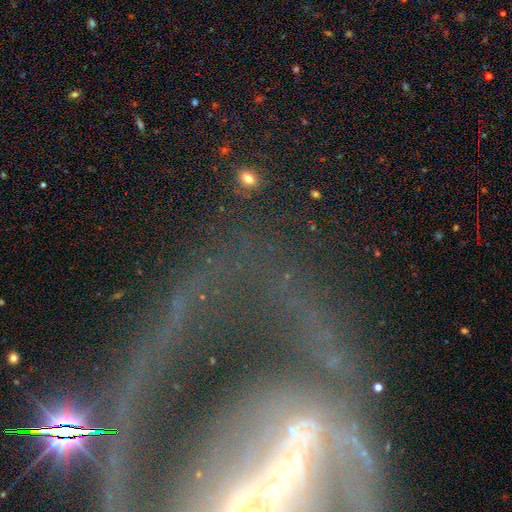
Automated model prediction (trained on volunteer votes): featured or disk 71%, star or artifact 17%, smooth 12%. Down the decision tree: edge-on disk — no (81%); bar — strong (58%); spiral arms — yes (65%); bulge size — moderate (38%); merging — none (52%).